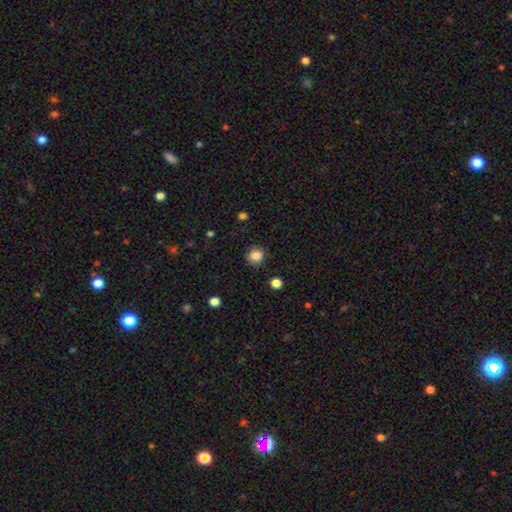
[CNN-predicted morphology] smooth_or_featured: smooth (p=0.86) [alt: star or artifact p=0.10]
how_rounded: round (p=0.85) [alt: in between p=0.14]
merging: none (p=0.88) [alt: minor disturbance p=0.08]